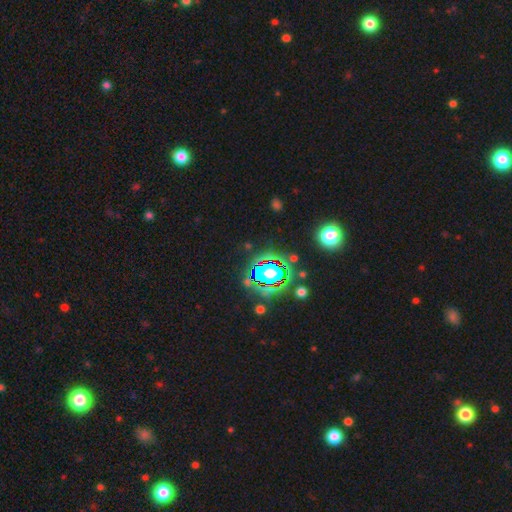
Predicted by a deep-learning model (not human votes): smooth-or-featured: star or artifact: 82% | smooth: 11% | featured or disk: 7%